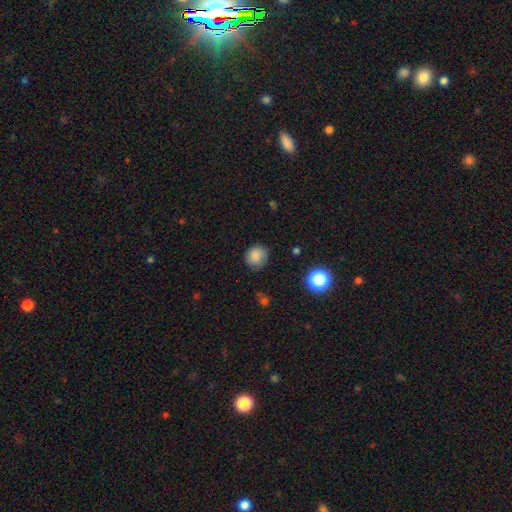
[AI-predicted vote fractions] Smooth or featured? Predicted: smooth (p=0.83). How rounded? Predicted: round (p=0.78). Merging? Predicted: none (p=0.76).